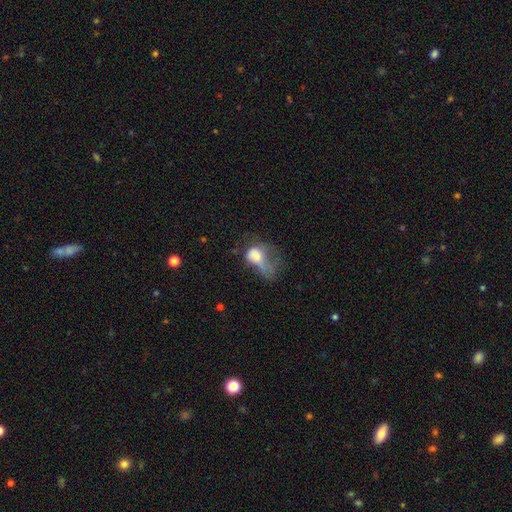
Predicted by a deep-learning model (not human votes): Smooth or featured? smooth (62%)
How rounded? in between (74%)
Merging? major disturbance (63%)